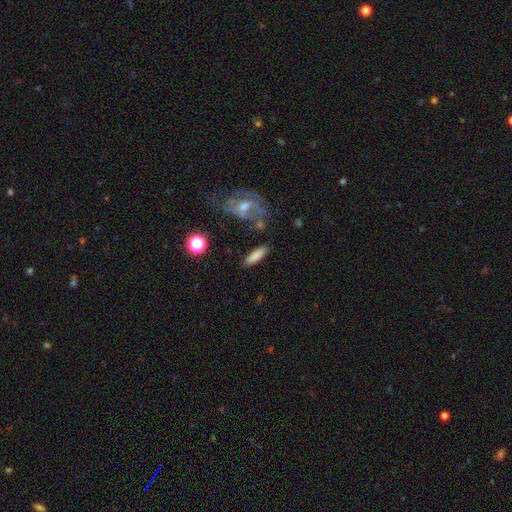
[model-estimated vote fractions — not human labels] Q: Smooth or featured?
A: smooth (81%); runner-up: featured or disk (11%)
Q: How rounded?
A: cigar-shaped (56%); runner-up: in between (41%)
Q: Merging?
A: none (83%); runner-up: minor disturbance (10%)